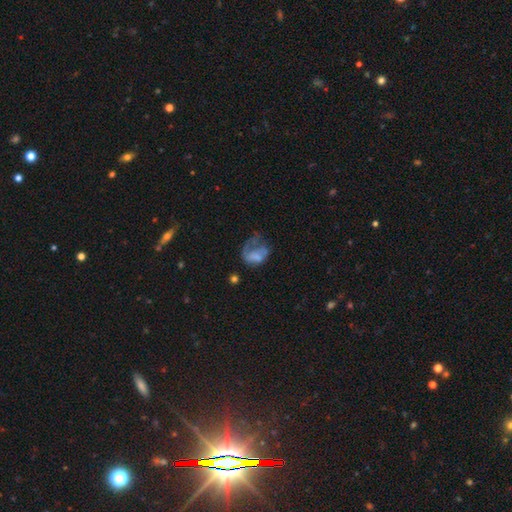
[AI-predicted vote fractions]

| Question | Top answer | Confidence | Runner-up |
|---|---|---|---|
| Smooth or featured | smooth | 50% | featured or disk (39%) |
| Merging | major disturbance | 53% | none (21%) |